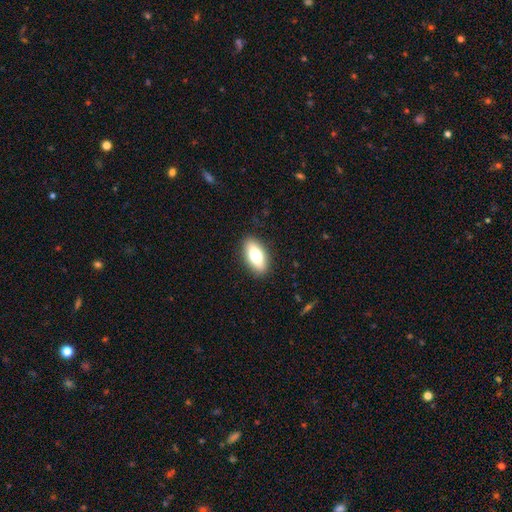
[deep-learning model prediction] The model was most divided on "smooth or featured": smooth: 71%, featured or disk: 21%, star or artifact: 7%. More confident: merging — none (88%); how rounded — in between (84%).